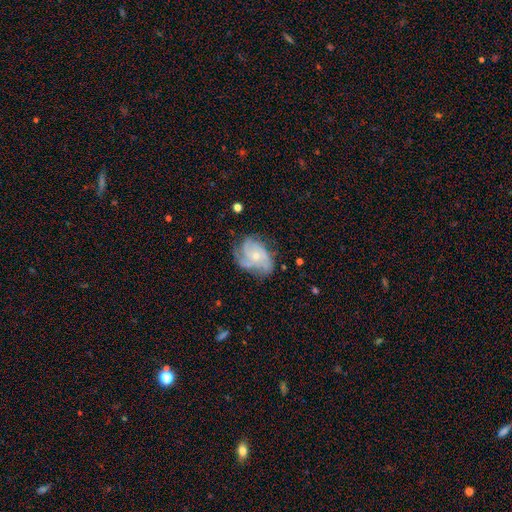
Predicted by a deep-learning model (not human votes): This is likely a featured or disk galaxy (73%). It is clearly not viewed edge-on (97%). Bar: clearly no (81%). Spiral arm pattern: clearly yes (86%). Spiral arm count: marginally 3 (33%). Spiral winding: possibly tight (46%). Central bulge: likely small (62%). Merging: possibly none (52%).